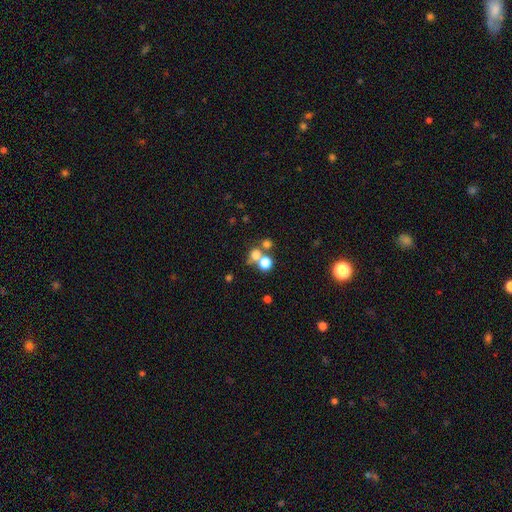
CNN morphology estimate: The model was most divided on "merging": none: 48%, merger: 39%, minor disturbance: 7%, major disturbance: 5%. More confident: how rounded — round (82%); smooth or featured — smooth (69%).